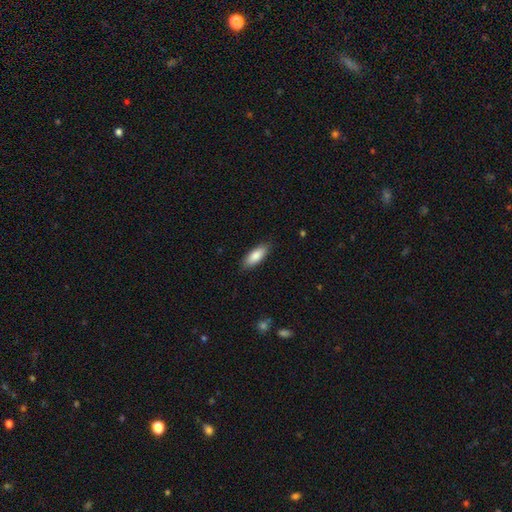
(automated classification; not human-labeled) The model was most divided on "how rounded": in between: 75%, cigar-shaped: 23%, round: 2%. More confident: merging — none (86%); smooth or featured — smooth (85%).